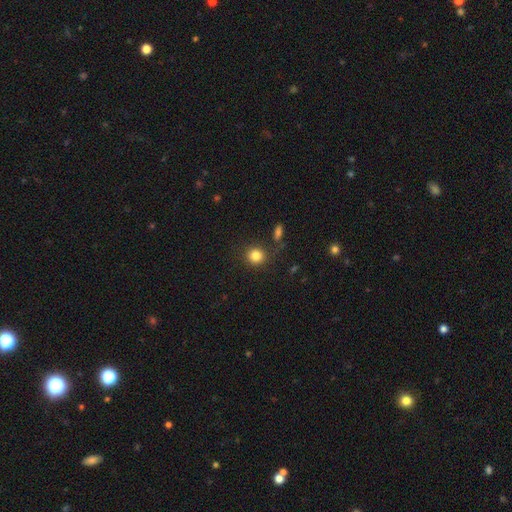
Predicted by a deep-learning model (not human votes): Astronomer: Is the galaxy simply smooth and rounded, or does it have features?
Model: smooth — 83%.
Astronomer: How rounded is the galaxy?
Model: round — 87%.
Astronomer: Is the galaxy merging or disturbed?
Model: none — 83%.